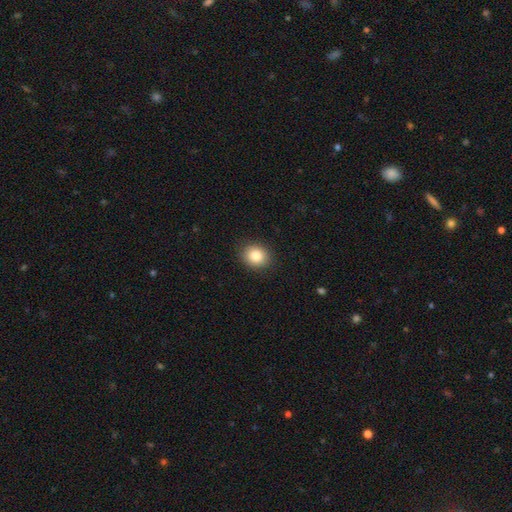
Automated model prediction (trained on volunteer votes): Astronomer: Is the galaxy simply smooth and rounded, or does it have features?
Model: smooth — 85%.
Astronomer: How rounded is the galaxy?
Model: round — 67%.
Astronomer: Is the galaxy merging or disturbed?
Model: none — 90%.